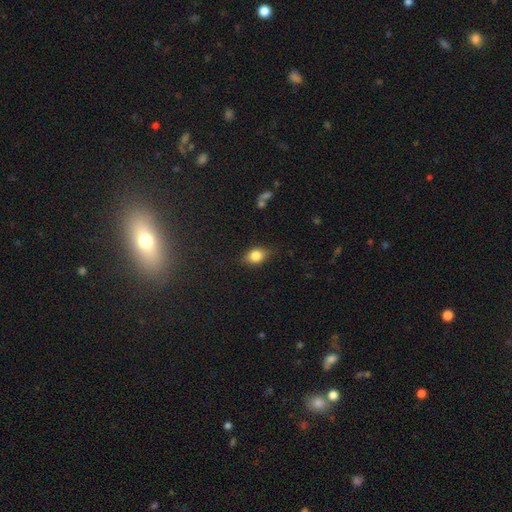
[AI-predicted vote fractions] Smooth or featured?
  - smooth: 78% *
  - featured or disk: 13%
  - star or artifact: 9%
How rounded?
  - in between: 66% *
  - round: 31%
  - cigar-shaped: 3%
Merging?
  - none: 76% *
  - minor disturbance: 19%
  - major disturbance: 4%
  - merger: 1%